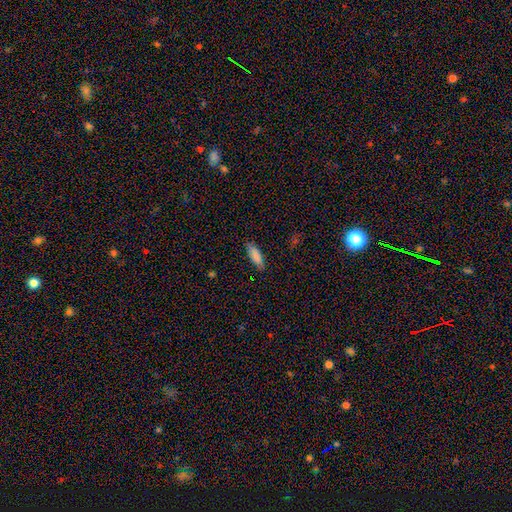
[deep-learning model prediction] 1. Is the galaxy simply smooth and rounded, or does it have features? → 86% smooth, 7% star or artifact, 7% featured or disk.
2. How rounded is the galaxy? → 60% in between, 38% cigar-shaped, 2% round.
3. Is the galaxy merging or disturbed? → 84% none, 12% minor disturbance, 2% major disturbance, 1% merger.